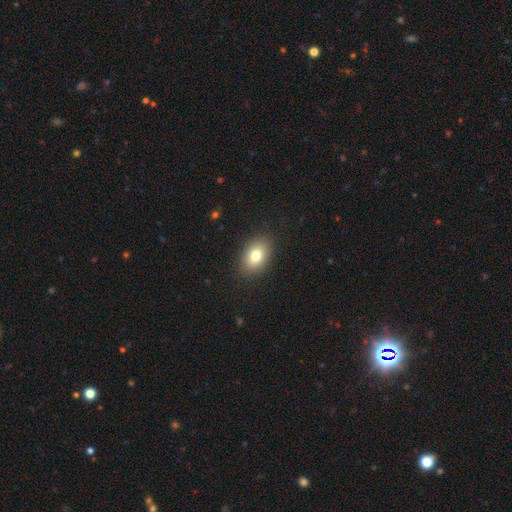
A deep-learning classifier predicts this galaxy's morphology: Smooth or featured? smooth (80%)
How rounded? in between (84%)
Merging? none (88%)